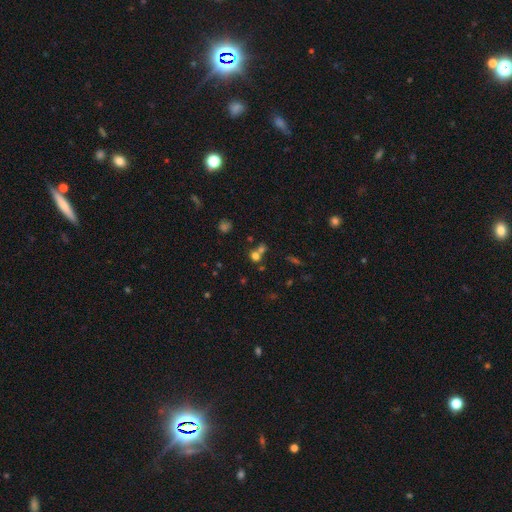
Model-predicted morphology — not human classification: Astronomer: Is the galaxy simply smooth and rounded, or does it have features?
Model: smooth — 66%.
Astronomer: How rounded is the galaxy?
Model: round — 80%.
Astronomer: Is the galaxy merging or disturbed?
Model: merger — 44%, tied with none at 44%.